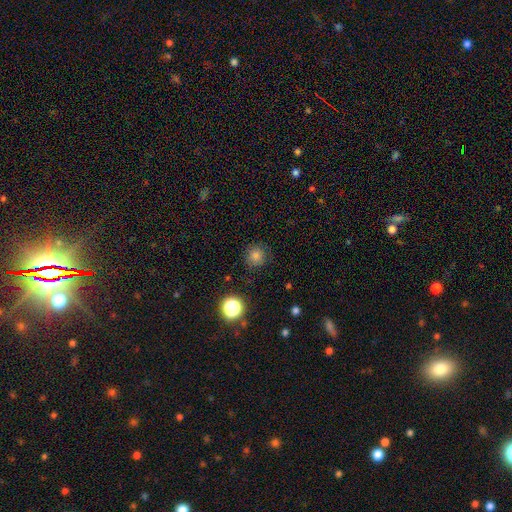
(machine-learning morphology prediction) This is likely a smooth galaxy (77%). How rounded: clearly round (92%). Merging: clearly none (83%).